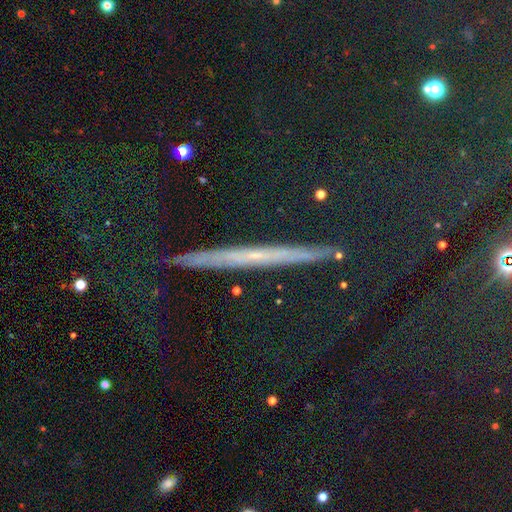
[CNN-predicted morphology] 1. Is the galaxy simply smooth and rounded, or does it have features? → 45% star or artifact, 31% featured or disk, 23% smooth.